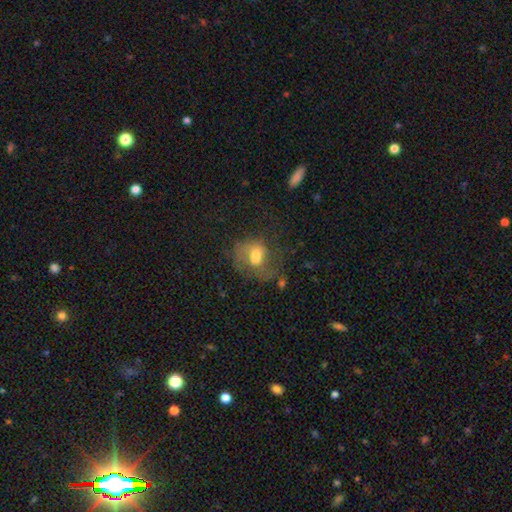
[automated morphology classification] Smooth or featured? Predicted: smooth (p=0.49). Merging? Predicted: none (p=0.35).